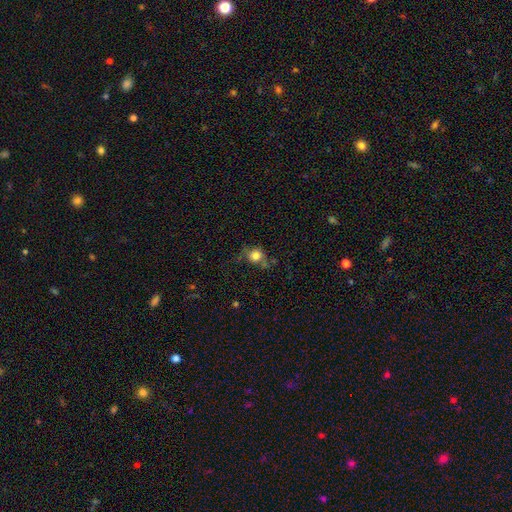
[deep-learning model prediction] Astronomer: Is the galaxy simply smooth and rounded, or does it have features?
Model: smooth — 75%.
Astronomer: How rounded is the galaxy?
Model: round — 76%.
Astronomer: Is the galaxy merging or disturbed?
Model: none — 54%.